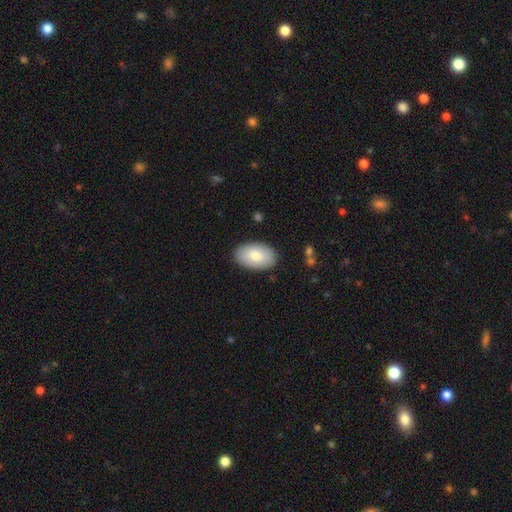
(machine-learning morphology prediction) smooth-or-featured: smooth: 80% | featured or disk: 15% | star or artifact: 6%
  how-rounded: in between: 94% | round: 5% | cigar-shaped: 1%
  merging: none: 88% | minor disturbance: 9% | major disturbance: 2% | merger: 1%